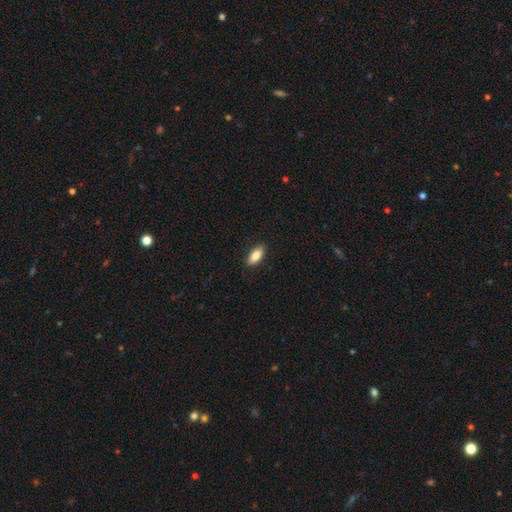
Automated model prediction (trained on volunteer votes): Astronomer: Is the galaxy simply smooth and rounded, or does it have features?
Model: smooth — 85%.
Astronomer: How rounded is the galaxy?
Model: in between — 85%.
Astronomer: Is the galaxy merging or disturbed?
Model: none — 88%.